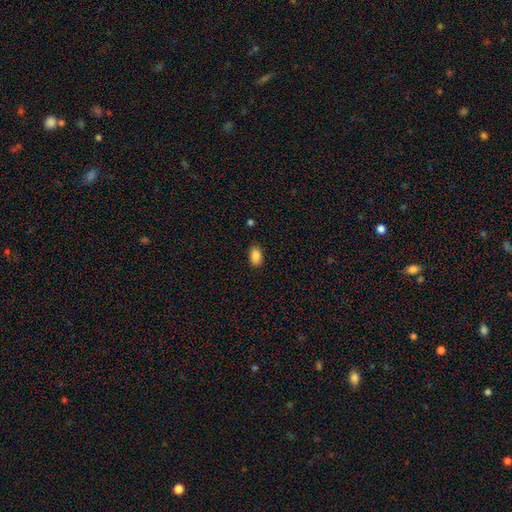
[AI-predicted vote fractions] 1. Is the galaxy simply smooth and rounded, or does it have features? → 87% smooth, 9% star or artifact, 4% featured or disk.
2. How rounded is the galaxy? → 87% in between, 12% round, 1% cigar-shaped.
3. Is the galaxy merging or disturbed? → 84% none, 12% minor disturbance, 2% major disturbance, 1% merger.